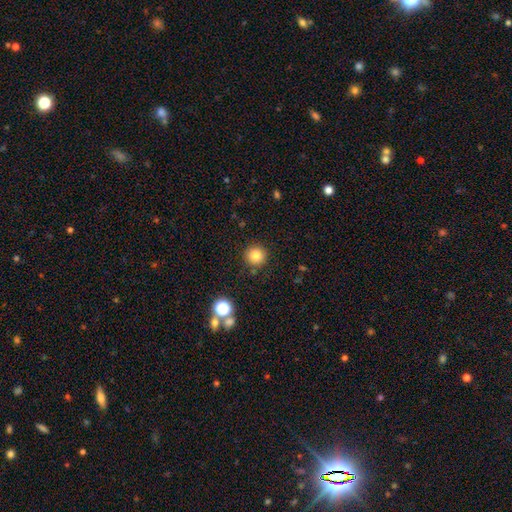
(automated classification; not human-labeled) Overall: smooth (83%). How rounded: round (95%). Merging: none (89%).